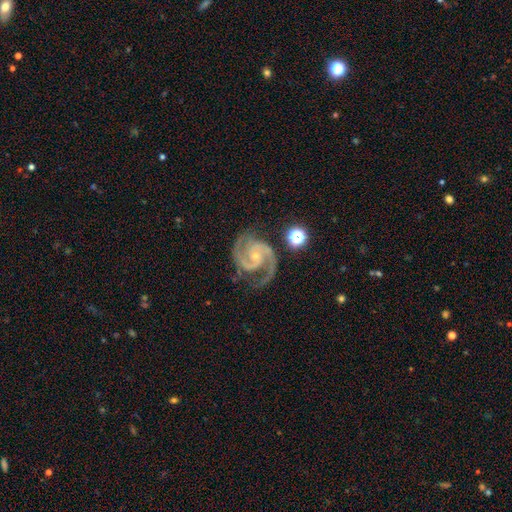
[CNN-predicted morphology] Smooth or featured?
  - featured or disk: 93% *
  - star or artifact: 5%
  - smooth: 2%
Edge-on disk?
  - no: 98% *
  - yes: 2%
Bar?
  - no: 64% *
  - weak: 26%
  - strong: 10%
Spiral arms?
  - yes: 99% *
  - no: 1%
Spiral winding?
  - medium: 55% *
  - tight: 39%
  - loose: 6%
Spiral arm count?
  - 2: 84% *
  - 3: 9%
  - can't tell: 2%
  - 1: 2%
  - 4: 2%
  - more than 4: 2%
Bulge size?
  - small: 74% *
  - moderate: 22%
  - none: 2%
  - large: 1%
  - dominant: 1%
Merging?
  - none: 71% *
  - minor disturbance: 18%
  - major disturbance: 8%
  - merger: 3%